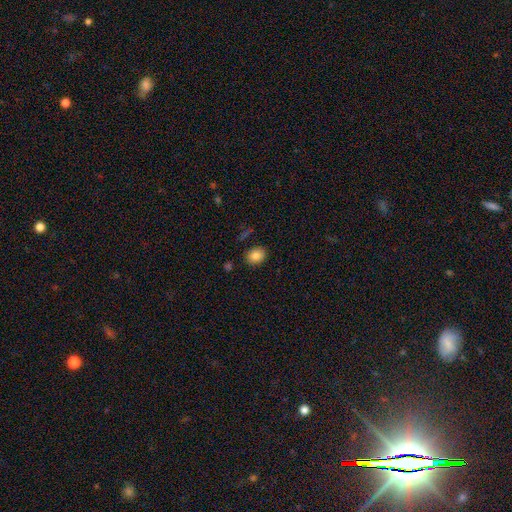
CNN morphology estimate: smooth 85%, star or artifact 9%, featured or disk 6%. Down the decision tree: how rounded — in between (54%); merging — none (86%).